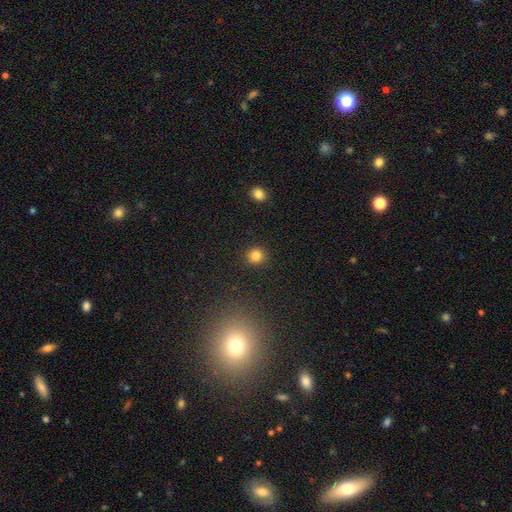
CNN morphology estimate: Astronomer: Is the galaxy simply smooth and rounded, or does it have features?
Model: smooth — 83%.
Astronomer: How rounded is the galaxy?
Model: round — 91%.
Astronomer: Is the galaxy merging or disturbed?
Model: none — 92%.